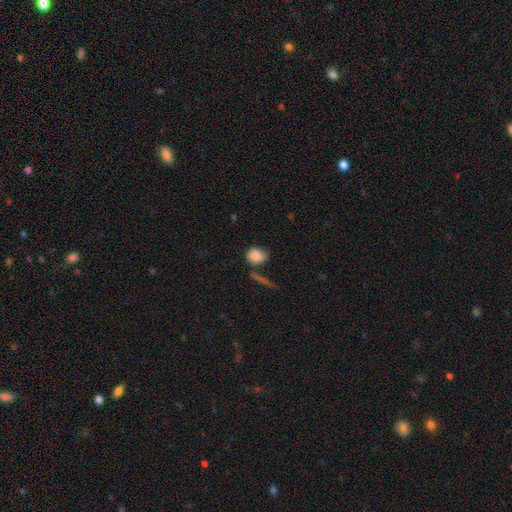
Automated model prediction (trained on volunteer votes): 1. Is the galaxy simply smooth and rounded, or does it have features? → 83% smooth, 9% star or artifact, 8% featured or disk.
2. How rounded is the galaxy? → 55% round, 42% in between, 3% cigar-shaped.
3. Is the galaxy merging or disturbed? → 56% none, 23% minor disturbance, 13% merger, 9% major disturbance.